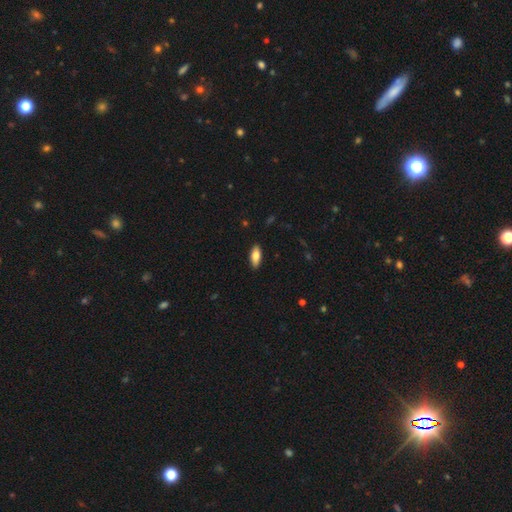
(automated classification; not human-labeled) Q: Smooth or featured?
A: smooth (80%); runner-up: featured or disk (14%)
Q: How rounded?
A: in between (80%); runner-up: cigar-shaped (18%)
Q: Merging?
A: none (89%); runner-up: minor disturbance (9%)